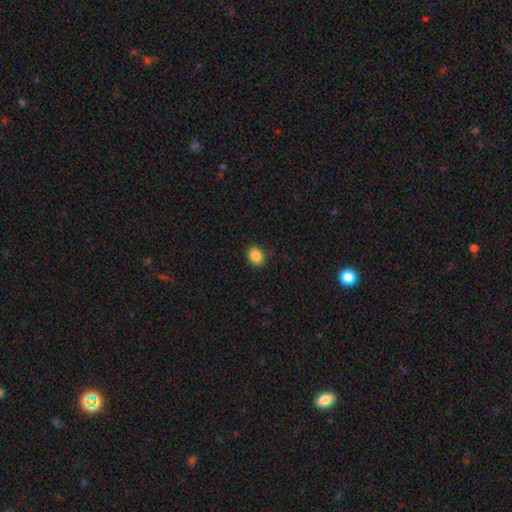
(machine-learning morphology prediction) A smooth galaxy with no disk features (87%) that is in between round and cigar-shaped (58%).

Vote fractions:
- Smooth or featured? smooth: 87% / star or artifact: 9% / featured or disk: 4%
- How rounded? in between: 58% / round: 41% / cigar-shaped: 1%
- Merging? none: 86% / minor disturbance: 10% / major disturbance: 3% / merger: 1%